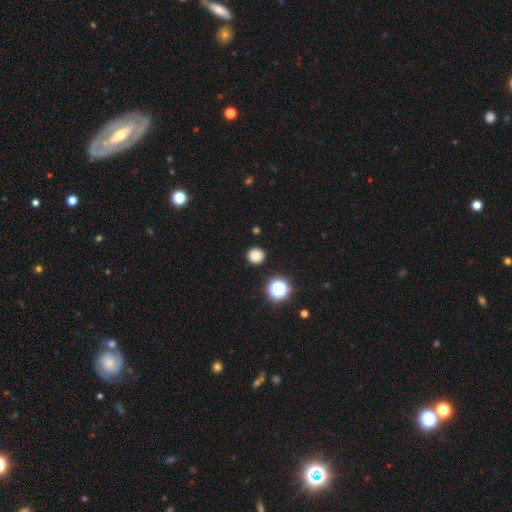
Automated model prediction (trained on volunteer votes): Q: Smooth or featured?
A: smooth (82%); runner-up: star or artifact (15%)
Q: How rounded?
A: round (93%); runner-up: in between (6%)
Q: Merging?
A: none (91%); runner-up: minor disturbance (6%)